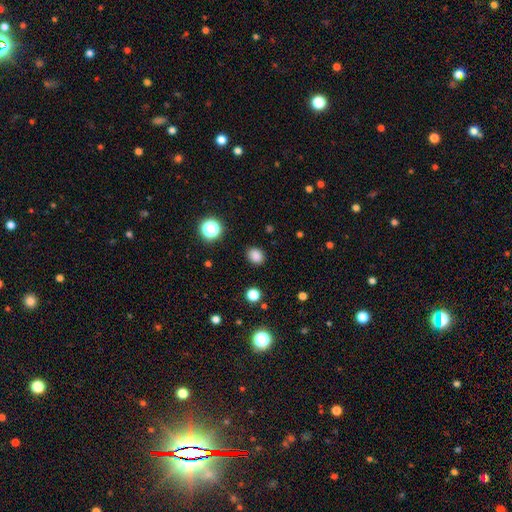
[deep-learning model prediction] Smooth or featured? smooth (84%)
How rounded? round (57%)
Merging? none (88%)